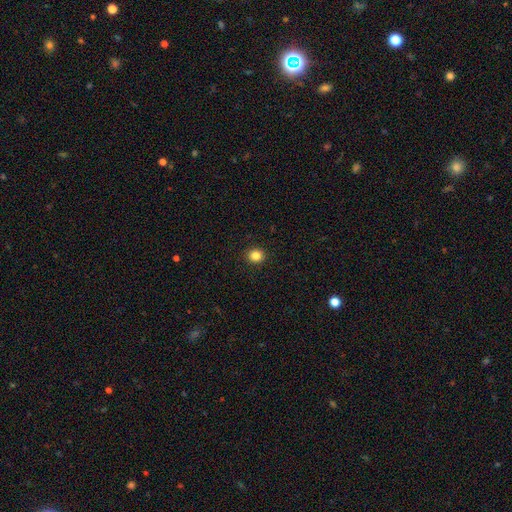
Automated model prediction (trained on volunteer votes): Overall: smooth (85%). How rounded: round (82%). Merging: none (92%).